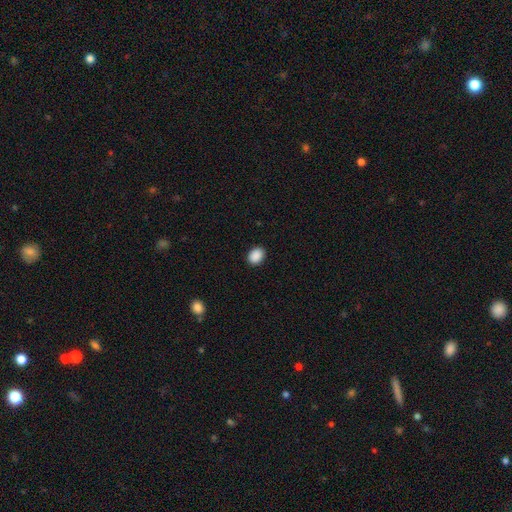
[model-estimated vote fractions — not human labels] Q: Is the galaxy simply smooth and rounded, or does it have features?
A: smooth — 90%.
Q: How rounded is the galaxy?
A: in between — 62%.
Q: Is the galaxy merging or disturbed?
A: none — 90%.